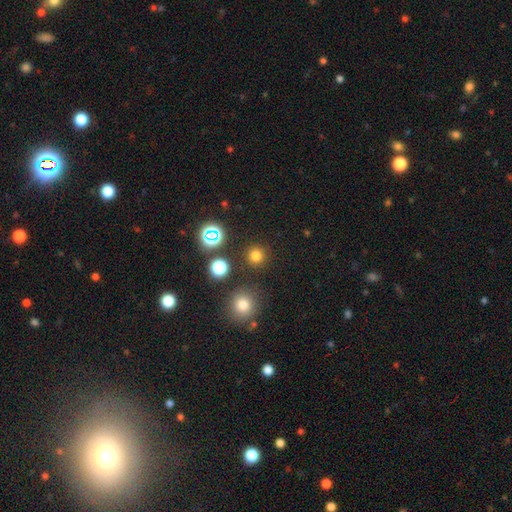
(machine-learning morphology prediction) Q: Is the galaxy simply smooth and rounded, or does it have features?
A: smooth — 75%.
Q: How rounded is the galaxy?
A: round — 95%.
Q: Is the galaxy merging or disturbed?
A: none — 88%.